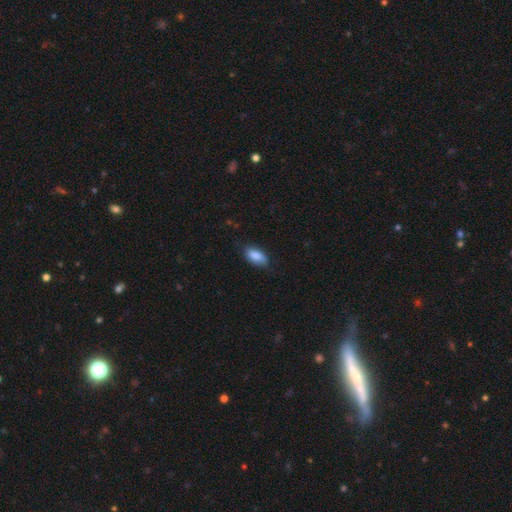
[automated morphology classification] This is clearly a smooth galaxy (86%). How rounded: clearly in between (91%). Merging: likely none (75%).